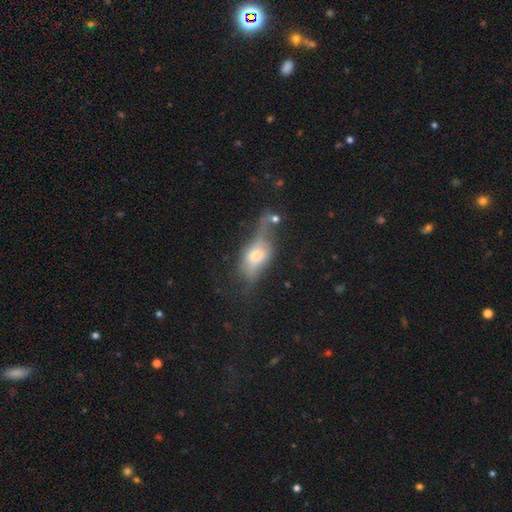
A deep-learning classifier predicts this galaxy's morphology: Smooth or featured? Predicted: smooth (p=0.52). How rounded? Predicted: in between (p=0.81). Merging? Predicted: major disturbance (p=0.39).